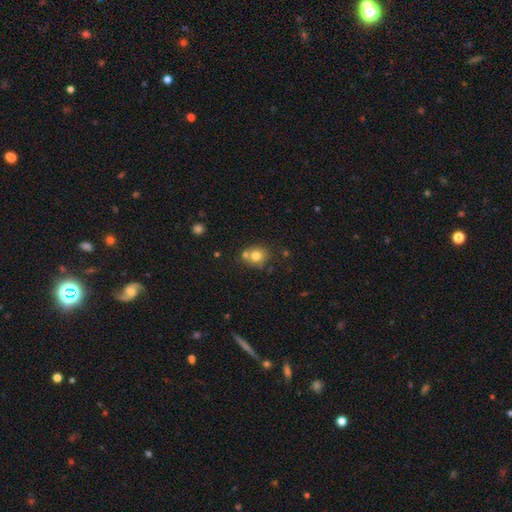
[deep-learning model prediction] A smooth galaxy with no disk features (76%) that is round (81%). Merging: none (58%).